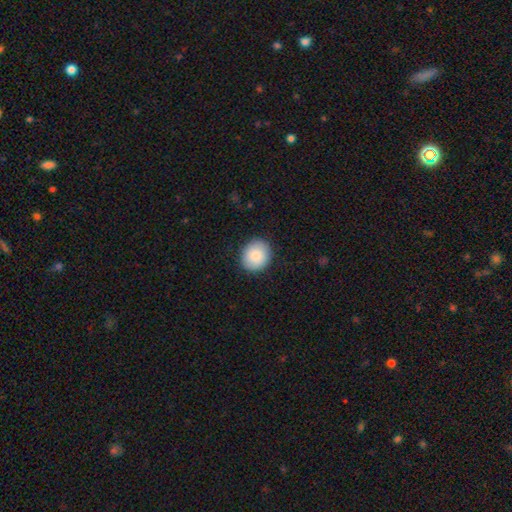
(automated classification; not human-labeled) smooth-or-featured: smooth: 86% | featured or disk: 7% | star or artifact: 6%
  how-rounded: round: 73% | in between: 26% | cigar-shaped: 1%
  merging: none: 88% | minor disturbance: 9% | major disturbance: 2% | merger: 1%